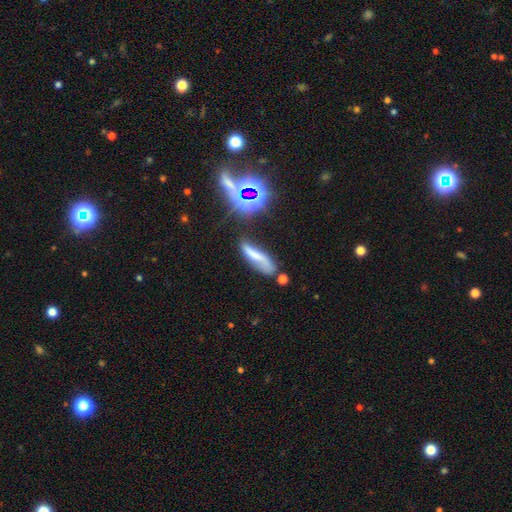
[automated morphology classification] smooth-or-featured: smooth: 47% | featured or disk: 35% | star or artifact: 17%
  merging: none: 50% | minor disturbance: 26% | major disturbance: 14% | merger: 11%